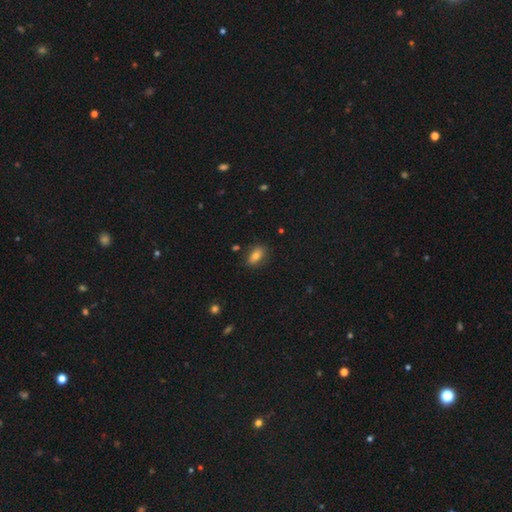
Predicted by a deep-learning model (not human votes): The model was most divided on "smooth or featured": smooth: 76%, featured or disk: 14%, star or artifact: 10%. More confident: how rounded — in between (85%); merging — none (83%).